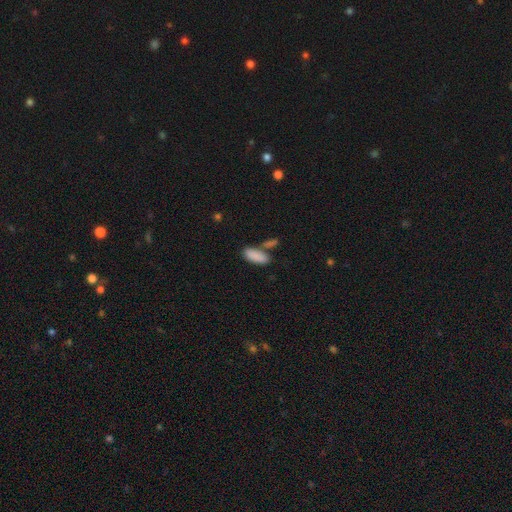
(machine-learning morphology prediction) Smooth or featured?
  - smooth: 88% *
  - star or artifact: 7%
  - featured or disk: 5%
How rounded?
  - in between: 78% *
  - cigar-shaped: 19%
  - round: 2%
Merging?
  - none: 65% *
  - merger: 19%
  - minor disturbance: 12%
  - major disturbance: 4%